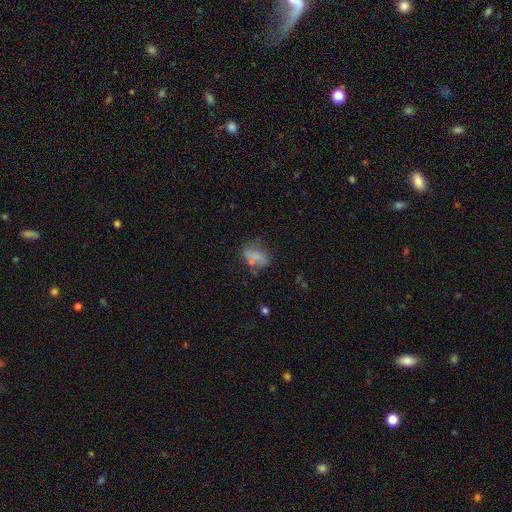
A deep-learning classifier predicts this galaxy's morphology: Smooth or featured? smooth (68%)
How rounded? in between (83%)
Merging? none (47%)